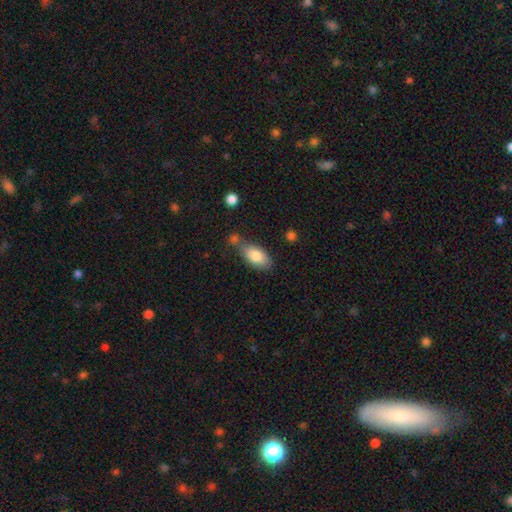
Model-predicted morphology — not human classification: The model was most divided on "merging": none: 57%, minor disturbance: 19%, merger: 18%, major disturbance: 5%. More confident: how rounded — in between (91%); smooth or featured — smooth (82%).